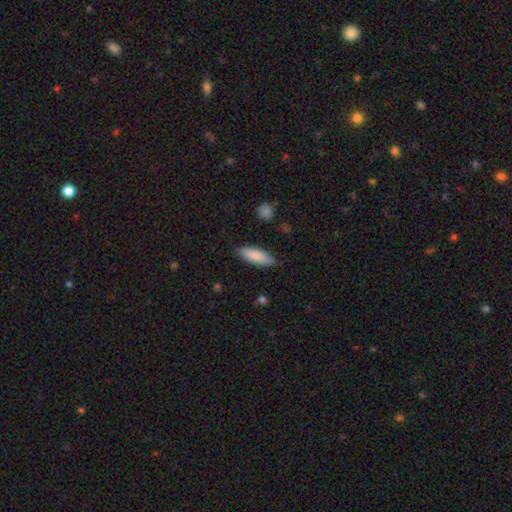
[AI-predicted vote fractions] smooth-or-featured: smooth: 86% | featured or disk: 8% | star or artifact: 6%
  how-rounded: in between: 66% | cigar-shaped: 33% | round: 2%
  merging: none: 83% | minor disturbance: 13% | major disturbance: 2% | merger: 1%